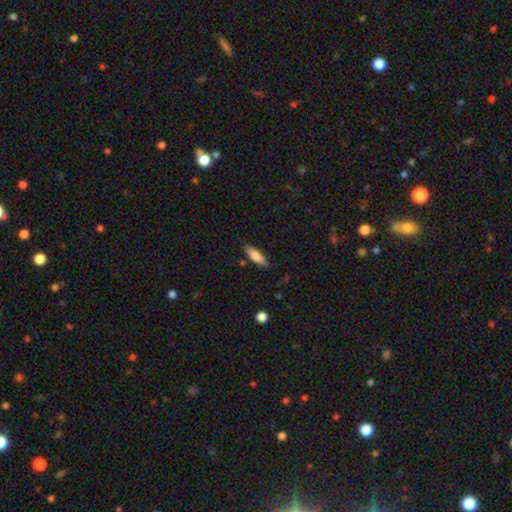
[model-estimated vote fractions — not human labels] Morphology: type=smooth (75%); roundness=in between (50%); merging=none (82%).